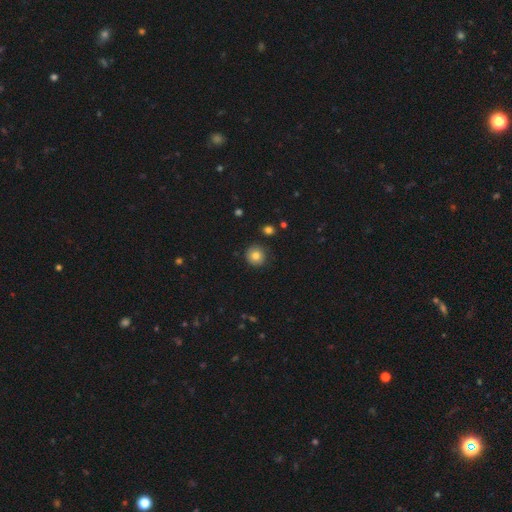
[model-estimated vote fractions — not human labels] A smooth galaxy with no disk features (79%) that is round (94%).

Vote fractions:
- Smooth or featured? smooth: 79% / star or artifact: 10% / featured or disk: 10%
- How rounded? round: 94% / in between: 5% / cigar-shaped: 1%
- Merging? none: 89% / minor disturbance: 8% / major disturbance: 2% / merger: 2%